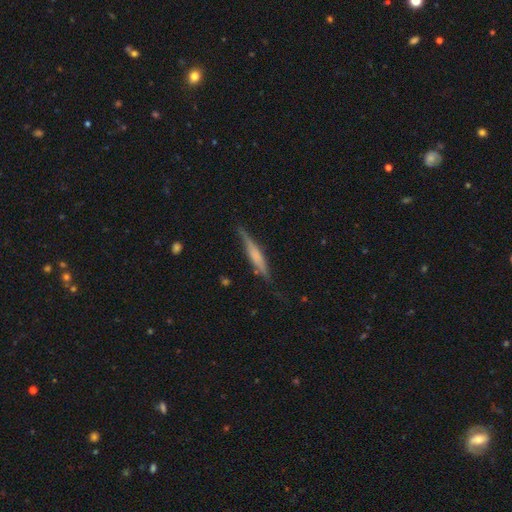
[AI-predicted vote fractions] The model was most divided on "edge-on bulge": rounded: 35%, boxy: 33%, none: 32%. More confident: edge-on disk — yes (96%); merging — none (77%); smooth or featured — featured or disk (53%).